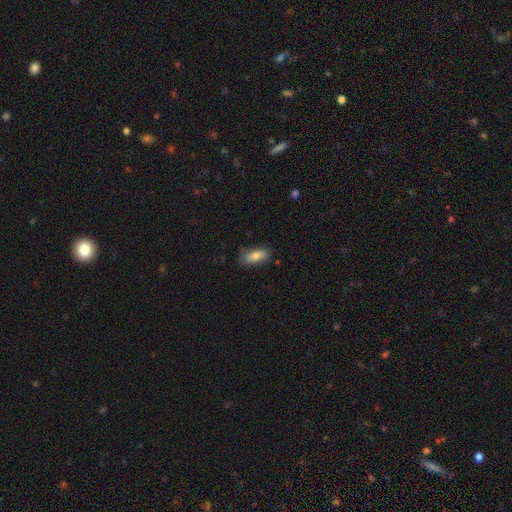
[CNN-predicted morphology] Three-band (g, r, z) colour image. It shows a smooth galaxy with no disk features (76%) that is in between round and cigar-shaped (78%). Merging: none (78%).